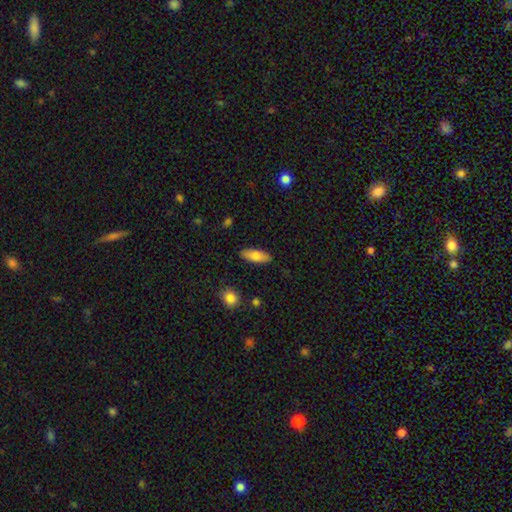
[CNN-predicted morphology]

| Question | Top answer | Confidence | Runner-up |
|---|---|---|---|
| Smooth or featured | smooth | 79% | featured or disk (15%) |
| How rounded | in between | 72% | cigar-shaped (26%) |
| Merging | none | 88% | minor disturbance (9%) |